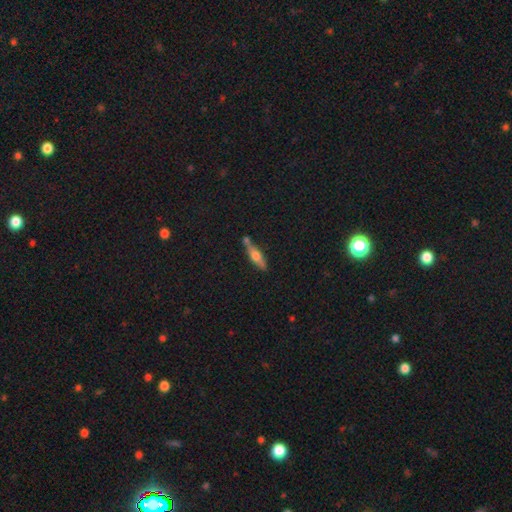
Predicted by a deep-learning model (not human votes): Smooth or featured? featured or disk (48%)
Merging? none (66%)